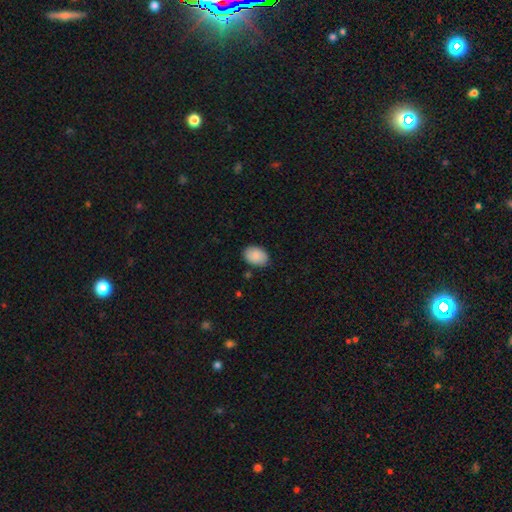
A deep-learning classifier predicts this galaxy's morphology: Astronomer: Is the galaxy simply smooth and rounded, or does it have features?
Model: smooth — 88%.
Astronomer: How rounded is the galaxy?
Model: in between — 81%.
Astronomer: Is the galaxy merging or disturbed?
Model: none — 82%.